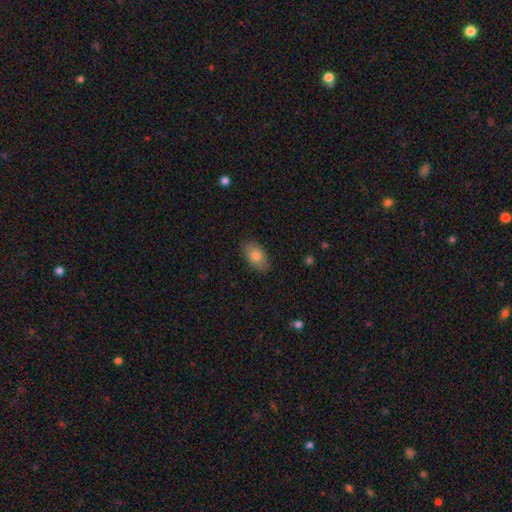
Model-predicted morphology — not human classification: smooth-or-featured: smooth: 80% | featured or disk: 13% | star or artifact: 7%
  how-rounded: in between: 91% | round: 7% | cigar-shaped: 2%
  merging: none: 85% | minor disturbance: 12% | major disturbance: 2% | merger: 1%